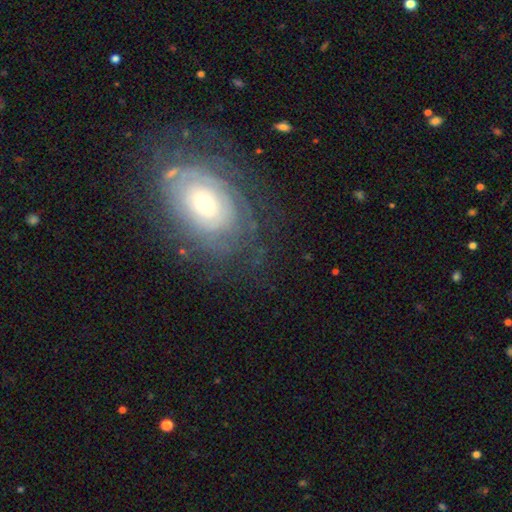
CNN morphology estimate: The model was most divided on "bulge size": moderate: 54%, small: 26%, large: 16%, dominant: 2%, none: 2%. More confident: edge-on disk — no (94%); bar — no (79%); spiral arms — yes (75%); merging — none (73%); smooth or featured — featured or disk (67%).